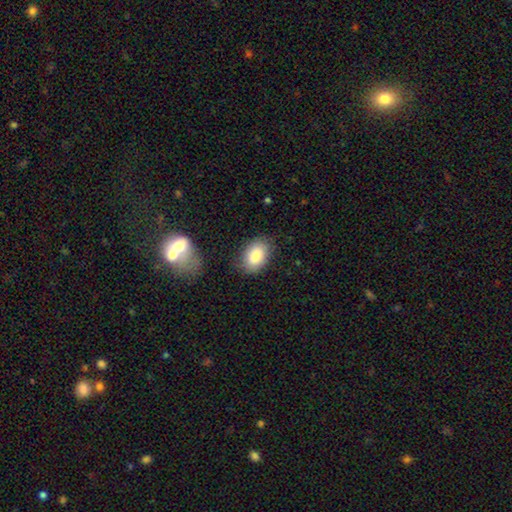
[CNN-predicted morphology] Q: Smooth or featured?
A: smooth (85%); runner-up: featured or disk (8%)
Q: How rounded?
A: in between (88%); runner-up: round (11%)
Q: Merging?
A: none (78%); runner-up: minor disturbance (15%)